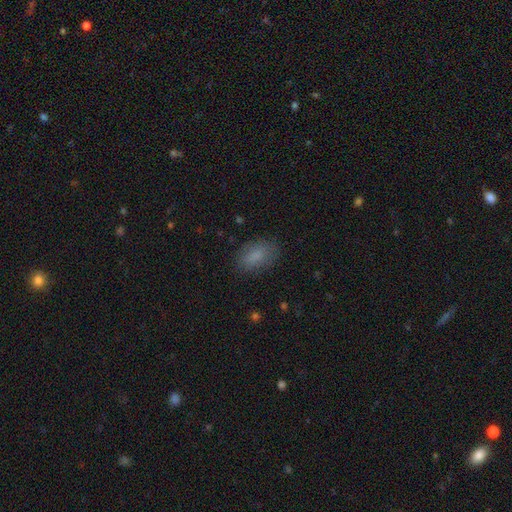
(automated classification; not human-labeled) Overall: smooth (83%). How rounded: in between (90%). Merging: none (79%).